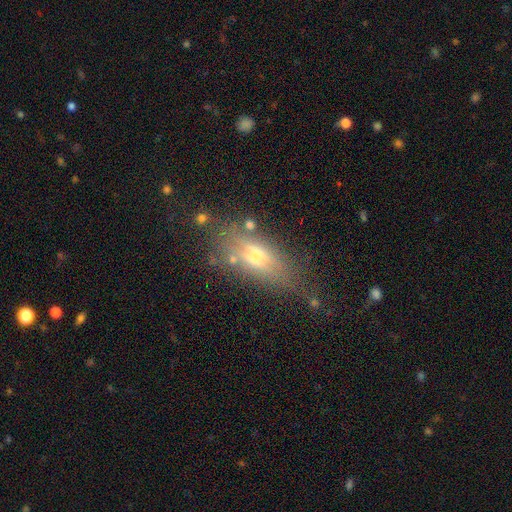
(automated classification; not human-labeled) The model was most divided on "smooth or featured": smooth: 49%, featured or disk: 39%, star or artifact: 12%. More confident: merging — none (60%).